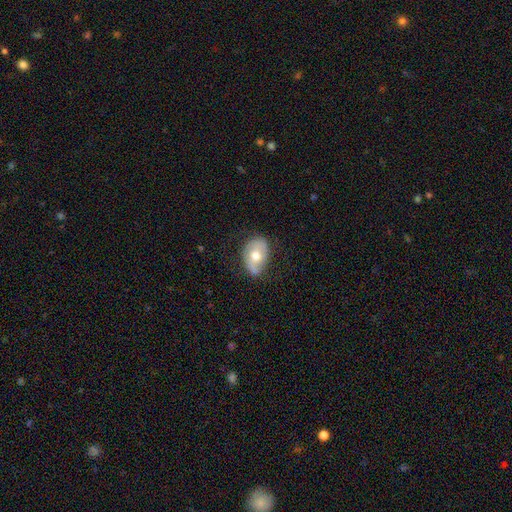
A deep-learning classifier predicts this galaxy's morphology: Smooth or featured? Predicted: smooth (p=0.52). How rounded? Predicted: in between (p=0.79). Merging? Predicted: none (p=0.58).